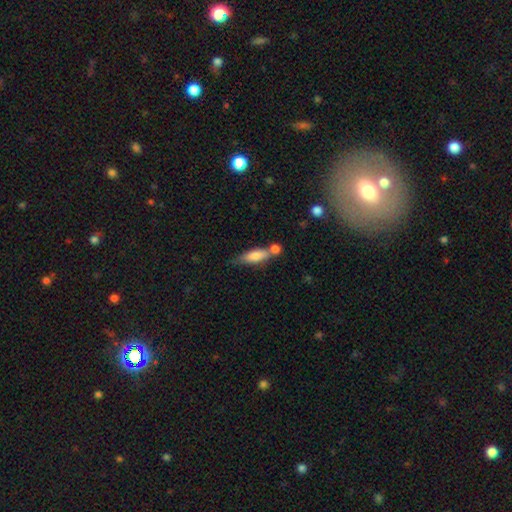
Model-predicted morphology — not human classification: smooth 76%, featured or disk 18%, star or artifact 6%. Down the decision tree: how rounded — in between (50%); merging — none (41%).